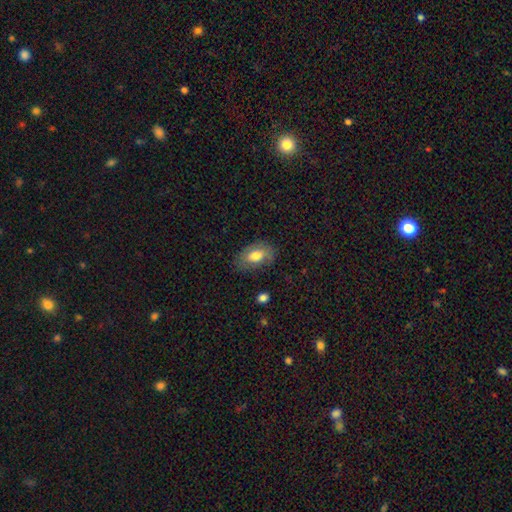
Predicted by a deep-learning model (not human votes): Q: Smooth or featured?
A: smooth (73%); runner-up: featured or disk (20%)
Q: How rounded?
A: in between (91%); runner-up: round (7%)
Q: Merging?
A: none (70%); runner-up: minor disturbance (22%)